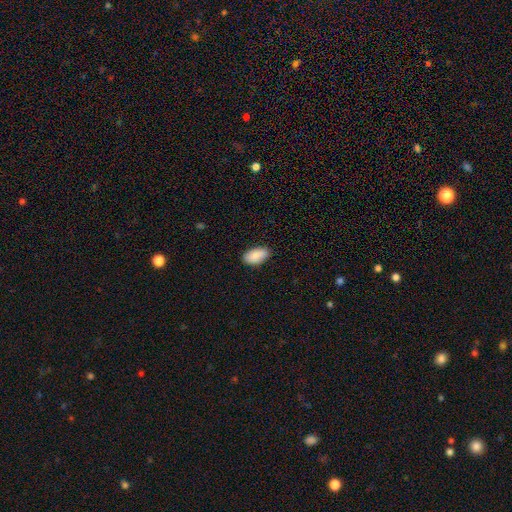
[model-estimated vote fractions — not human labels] Q: Smooth or featured?
A: smooth (89%); runner-up: star or artifact (6%)
Q: How rounded?
A: in between (94%); runner-up: cigar-shaped (3%)
Q: Merging?
A: none (86%); runner-up: minor disturbance (11%)